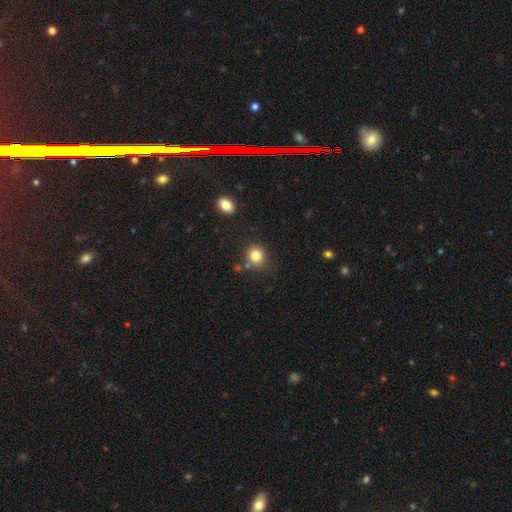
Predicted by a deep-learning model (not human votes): Smooth or featured? smooth (83%)
How rounded? round (81%)
Merging? none (79%)